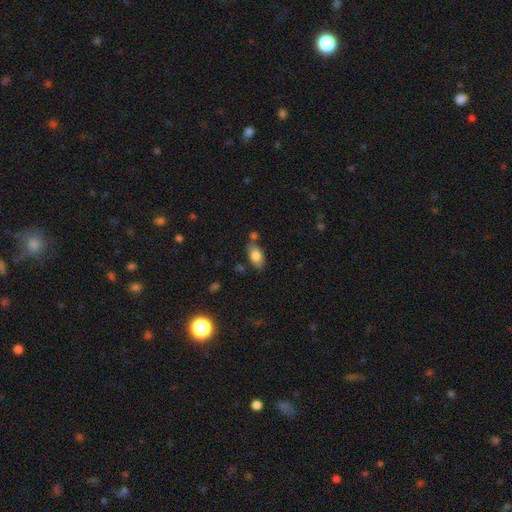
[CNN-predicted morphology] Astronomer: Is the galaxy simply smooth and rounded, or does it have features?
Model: smooth — 81%.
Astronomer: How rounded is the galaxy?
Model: in between — 92%.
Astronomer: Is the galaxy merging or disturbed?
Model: none — 72%.